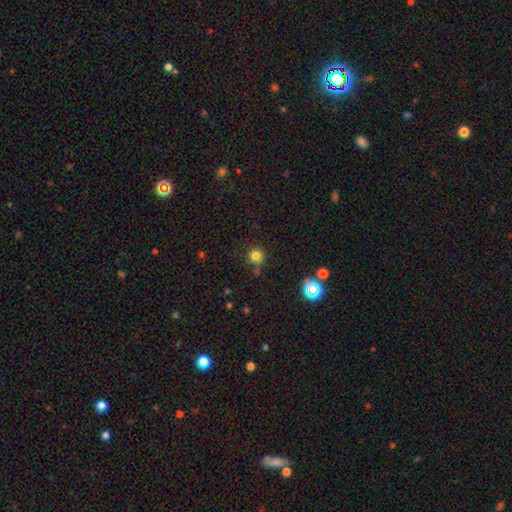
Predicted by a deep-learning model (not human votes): A smooth galaxy with no disk features (77%) that is round (92%). Merging: none (75%).